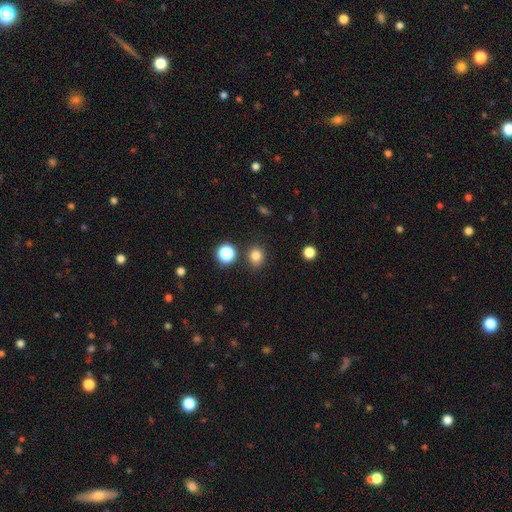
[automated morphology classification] Overall: smooth (81%). How rounded: round (75%). Merging: none (83%).